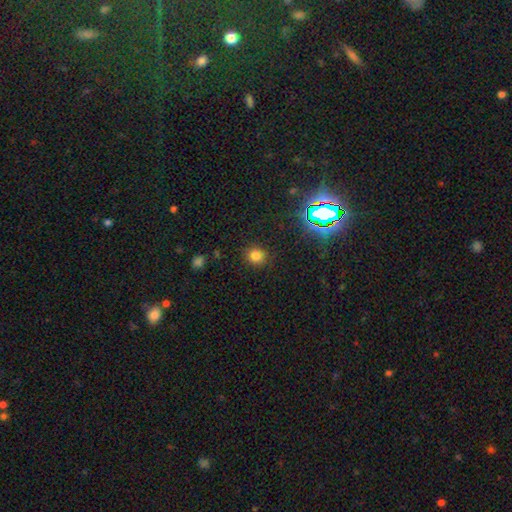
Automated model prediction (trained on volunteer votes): Q: Smooth or featured?
A: smooth (76%); runner-up: star or artifact (18%)
Q: How rounded?
A: round (83%); runner-up: in between (16%)
Q: Merging?
A: none (87%); runner-up: minor disturbance (8%)